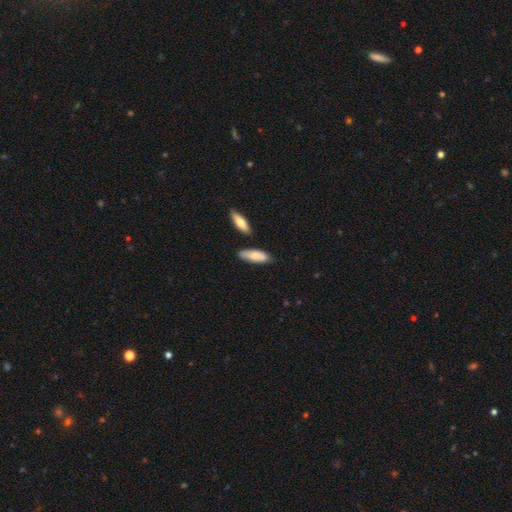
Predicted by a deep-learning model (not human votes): Morphology: type=smooth (80%); roundness=in between (64%); merging=none (70%).